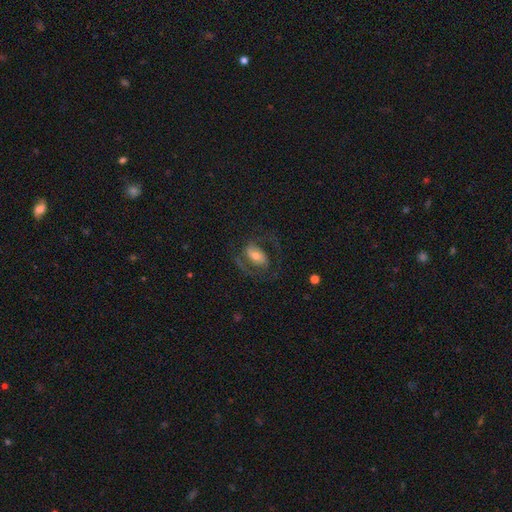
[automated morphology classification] Overall: featured or disk (65%; smooth 27%). Edge-on disk: no (95%). Bar: no (41%; weak 35%). Spiral arms: yes (79%). Bulge size: moderate (59%; small 27%). Merging: none (59%; major disturbance 23%).